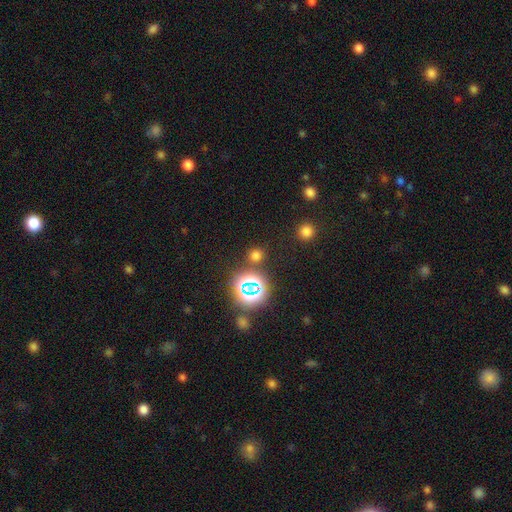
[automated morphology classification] The model was most divided on "smooth or featured": smooth: 60%, star or artifact: 35%, featured or disk: 5%. More confident: how rounded — round (89%); merging — none (83%).